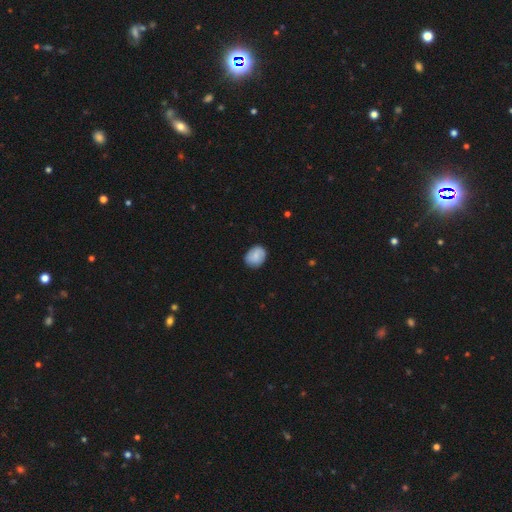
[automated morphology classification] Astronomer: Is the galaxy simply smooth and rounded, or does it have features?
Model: smooth — 74%.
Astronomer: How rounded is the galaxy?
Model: round — 55% (runner-up: in between, 44%).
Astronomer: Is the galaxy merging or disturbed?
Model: none — 79%.